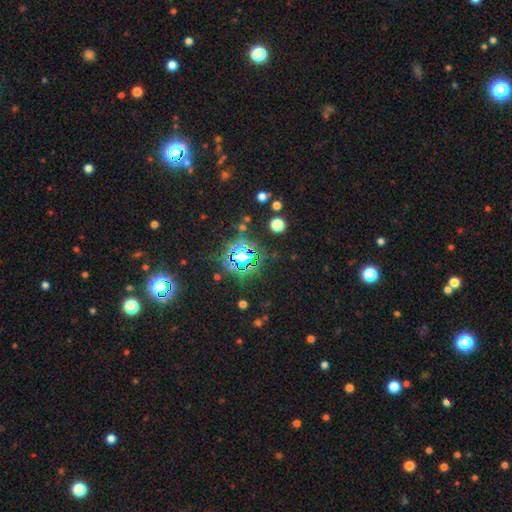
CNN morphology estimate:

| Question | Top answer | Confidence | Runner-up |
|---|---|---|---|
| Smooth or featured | star or artifact | 77% | smooth (15%) |